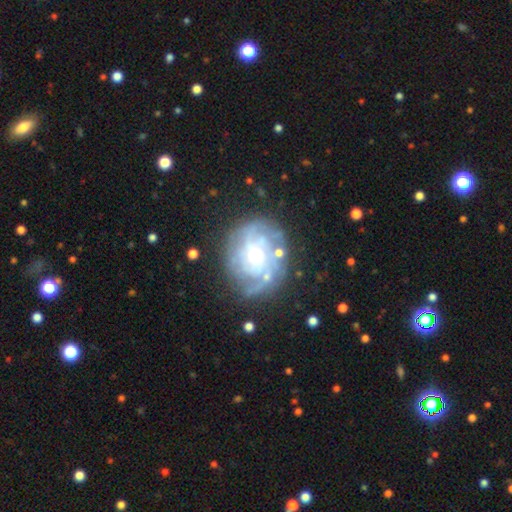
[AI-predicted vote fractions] Overall: featured or disk (80%). Edge-on disk: no (97%). Bar: no (74%). Spiral arms: yes (87%). Spiral arm count: can't tell (40%; 3 19%). Spiral winding: tight (58%; medium 30%). Bulge size: moderate (50%; small 43%). Merging: none (69%).